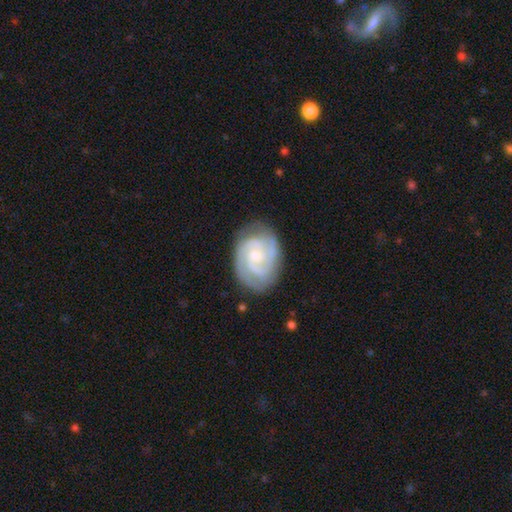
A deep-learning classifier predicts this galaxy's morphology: This appears to be a featured or disk galaxy (89%) with no bar (59%), 2 (51%) tight (62%) spiral arms (98%) and a small central bulge (61%). Merging: none (80%).